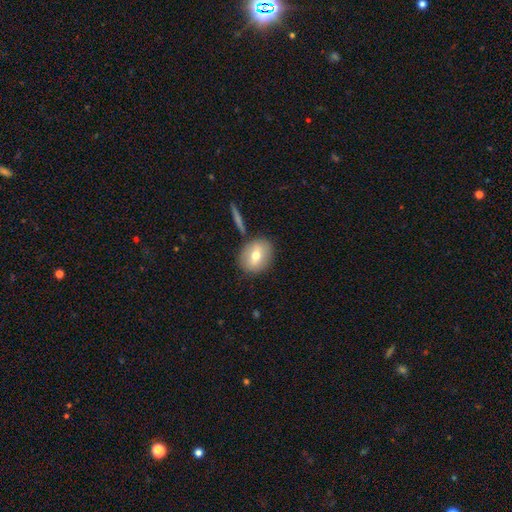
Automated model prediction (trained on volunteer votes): A smooth galaxy with no disk features (63%) that is round (50%). Merging: none (79%).